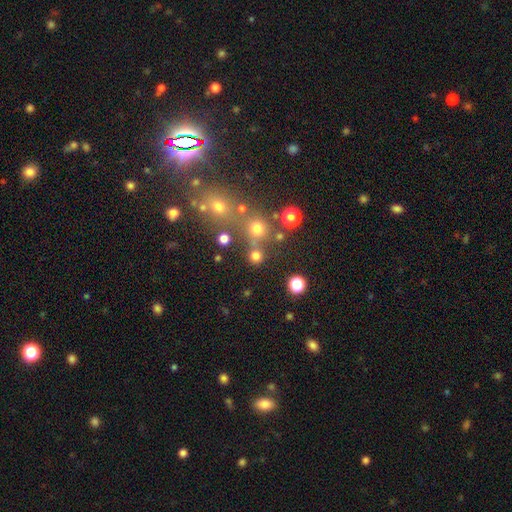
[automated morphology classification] This is likely a smooth galaxy (74%). How rounded: clearly round (91%). Merging: likely none (72%).